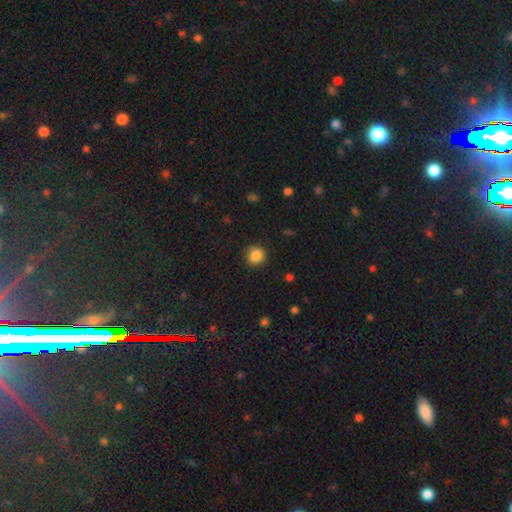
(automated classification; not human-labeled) Smooth or featured? smooth (86%)
How rounded? round (90%)
Merging? none (87%)